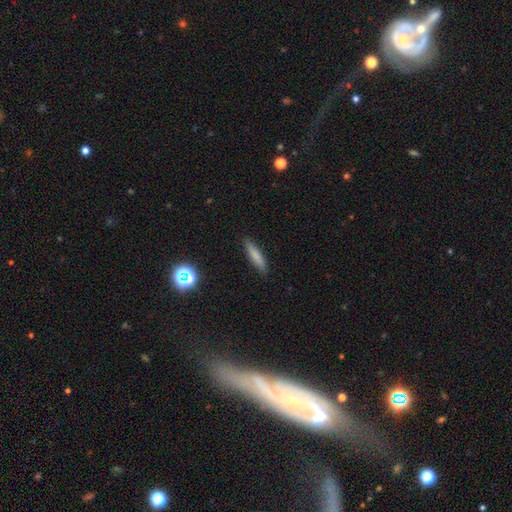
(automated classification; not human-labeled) This appears to be a smooth galaxy with no disk features (77%) that is cigar-shaped (84%). Merging: none (89%).